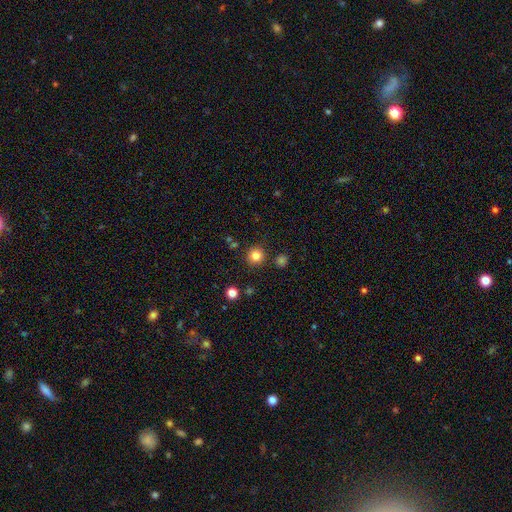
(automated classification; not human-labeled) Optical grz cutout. It shows a smooth galaxy with no disk features (82%) that is round (94%). Merging: none (88%).